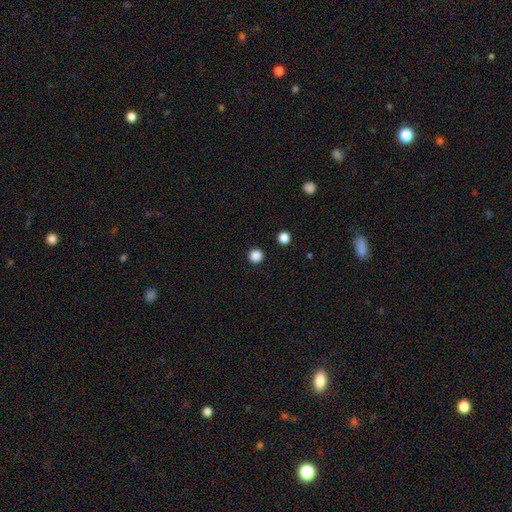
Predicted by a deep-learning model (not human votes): Smooth or featured?
  - smooth: 86% *
  - star or artifact: 12%
  - featured or disk: 2%
How rounded?
  - round: 95% *
  - in between: 4%
  - cigar-shaped: 1%
Merging?
  - none: 93% *
  - minor disturbance: 4%
  - major disturbance: 2%
  - merger: 1%